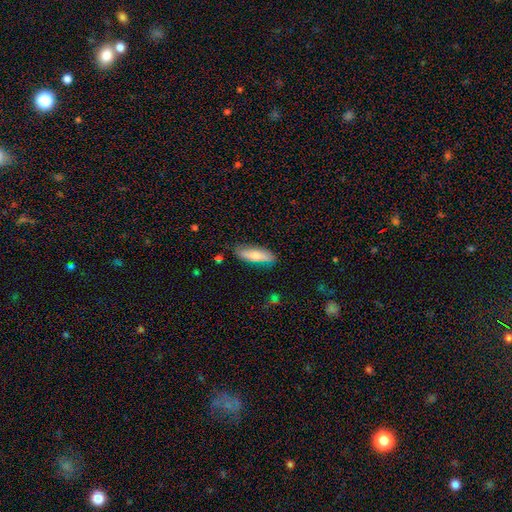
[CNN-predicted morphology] smooth 70%, featured or disk 24%, star or artifact 6%. Down the decision tree: how rounded — in between (54%); merging — none (81%).